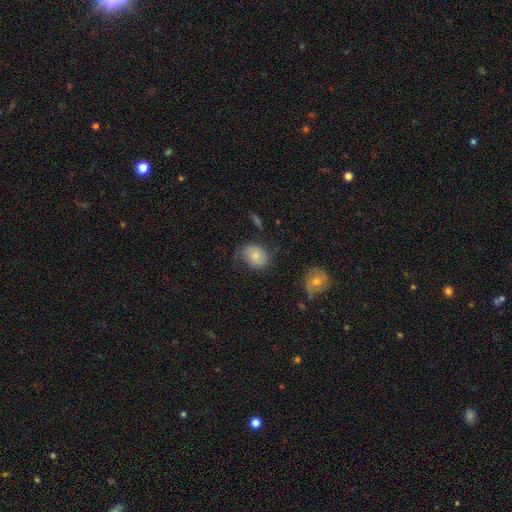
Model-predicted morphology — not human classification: A smooth galaxy with no disk features (73%) that is in between round and cigar-shaped (52%). Merging: none (58%).